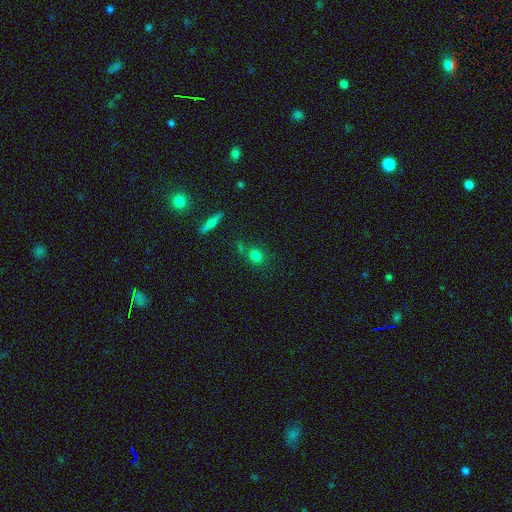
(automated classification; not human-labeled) smooth-or-featured: smooth: 75% | star or artifact: 15% | featured or disk: 10%
  how-rounded: round: 73% | in between: 24% | cigar-shaped: 3%
  merging: none: 71% | merger: 13% | minor disturbance: 12% | major disturbance: 4%